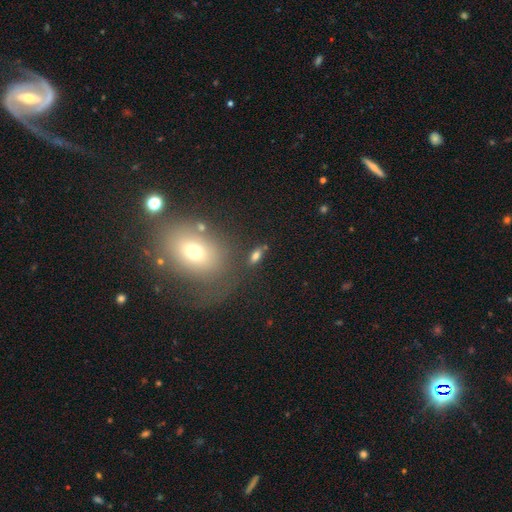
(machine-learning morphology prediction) Smooth or featured? Predicted: smooth (p=0.75). How rounded? Predicted: in between (p=0.80). Merging? Predicted: none (p=0.76).